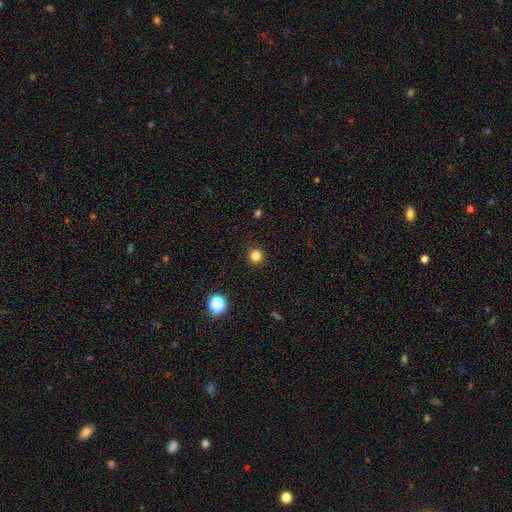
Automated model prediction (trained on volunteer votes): Smooth or featured? smooth (82%)
How rounded? round (95%)
Merging? none (91%)